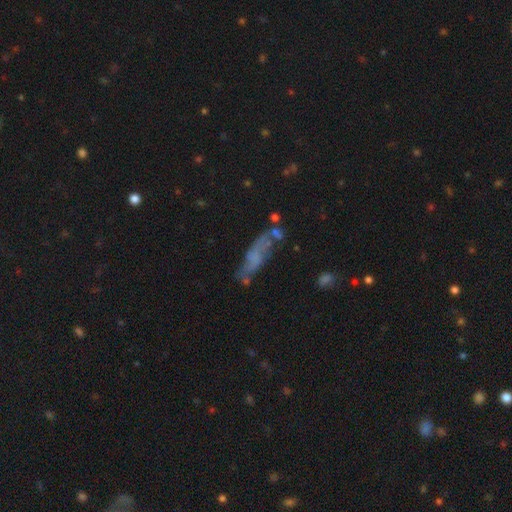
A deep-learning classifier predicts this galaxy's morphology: type=featured or disk (46%); merging=none (52%).